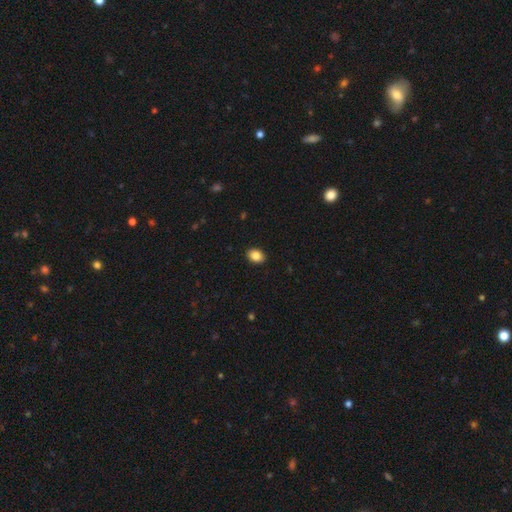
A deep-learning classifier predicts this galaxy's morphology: Smooth or featured? smooth (86%)
How rounded? in between (74%)
Merging? none (90%)